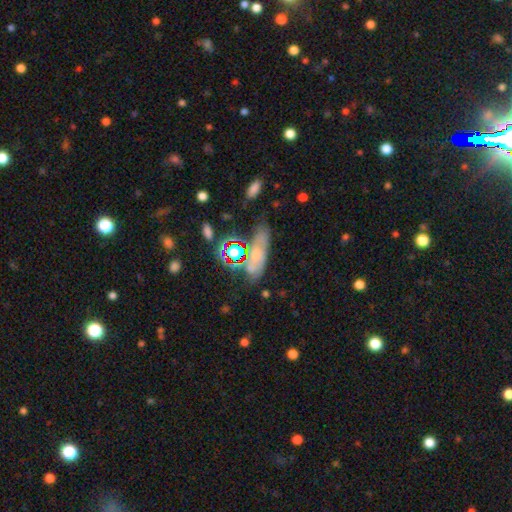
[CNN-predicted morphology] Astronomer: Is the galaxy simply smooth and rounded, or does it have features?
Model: smooth — 48% (runner-up: featured or disk, 28%).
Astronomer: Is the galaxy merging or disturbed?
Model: none — 58%.